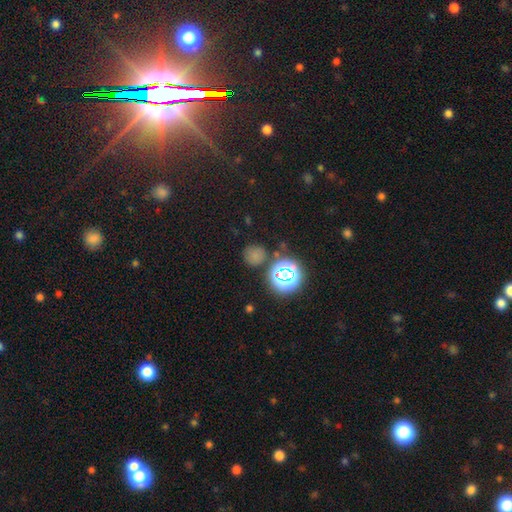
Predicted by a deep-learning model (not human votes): Smooth or featured: smooth — 64% (star or artifact — 29%)
How rounded: round — 89% (in between — 10%)
Merging: none — 78% (minor disturbance — 12%)